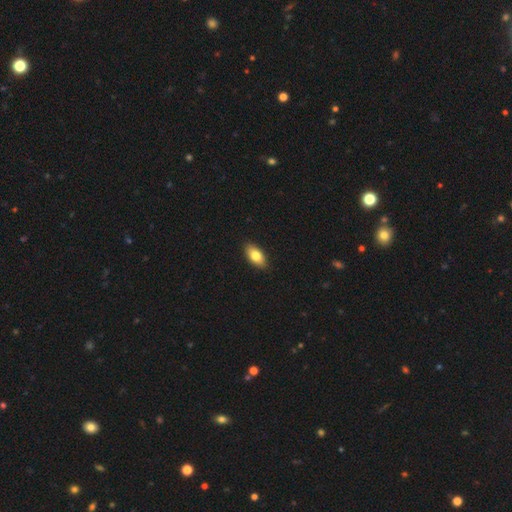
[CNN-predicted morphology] Smooth or featured? Predicted: smooth (p=0.80). How rounded? Predicted: in between (p=0.91). Merging? Predicted: none (p=0.89).